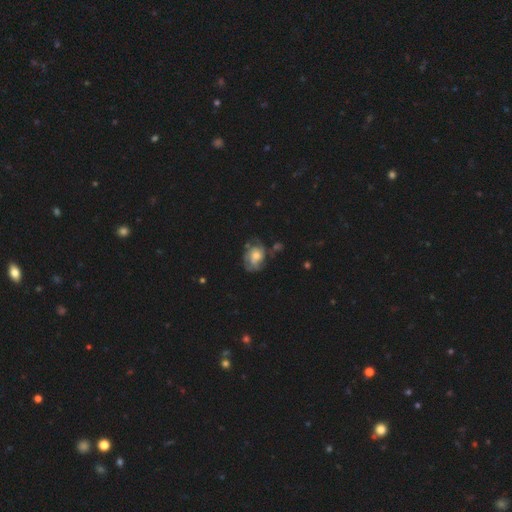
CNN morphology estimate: featured or disk 65%, smooth 27%, star or artifact 8%. Down the decision tree: edge-on disk — no (97%); bar — no (76%); spiral arms — yes (79%); bulge size — moderate (53%); merging — none (51%).